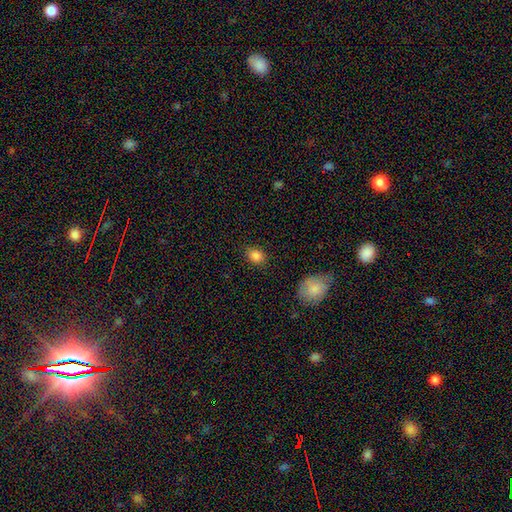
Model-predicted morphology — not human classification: smooth 85%, star or artifact 11%, featured or disk 4%. Down the decision tree: how rounded — in between (60%); merging — none (83%).